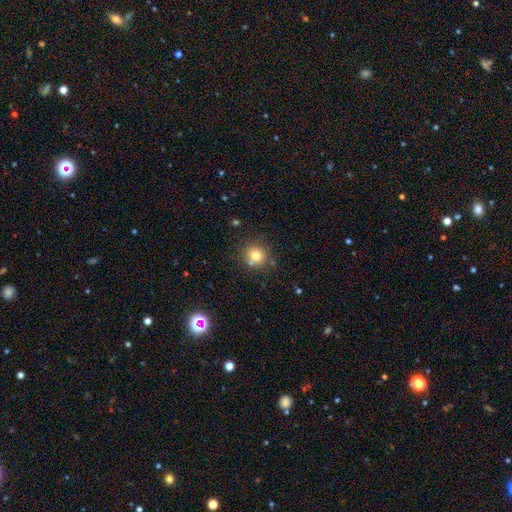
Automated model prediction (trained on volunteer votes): Smooth or featured? Predicted: smooth (p=0.76). How rounded? Predicted: round (p=0.91). Merging? Predicted: none (p=0.75).